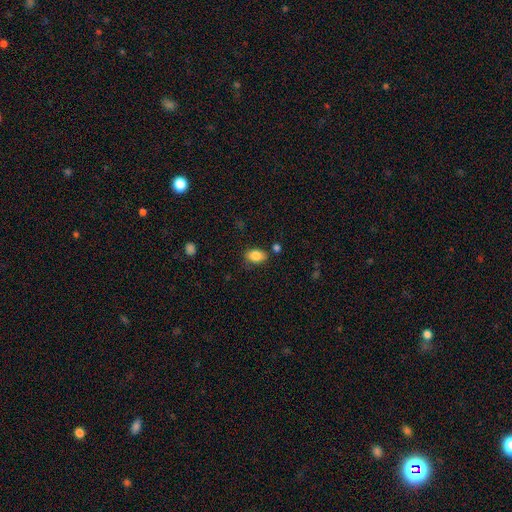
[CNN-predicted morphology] Smooth or featured? Predicted: smooth (p=0.85). How rounded? Predicted: in between (p=0.87). Merging? Predicted: none (p=0.77).